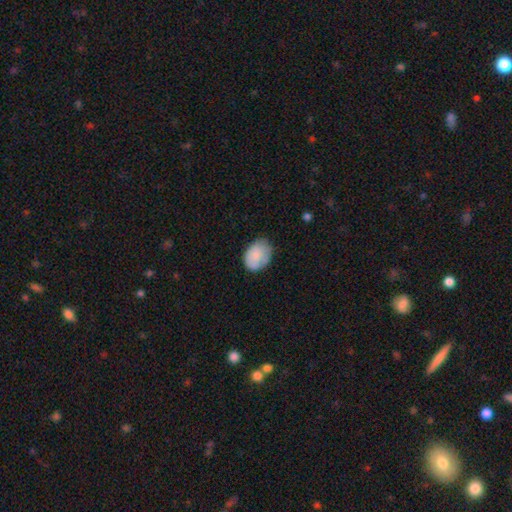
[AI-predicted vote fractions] smooth-or-featured: smooth: 80% | featured or disk: 13% | star or artifact: 7%
  how-rounded: in between: 74% | round: 25% | cigar-shaped: 1%
  merging: none: 62% | minor disturbance: 29% | major disturbance: 7% | merger: 2%